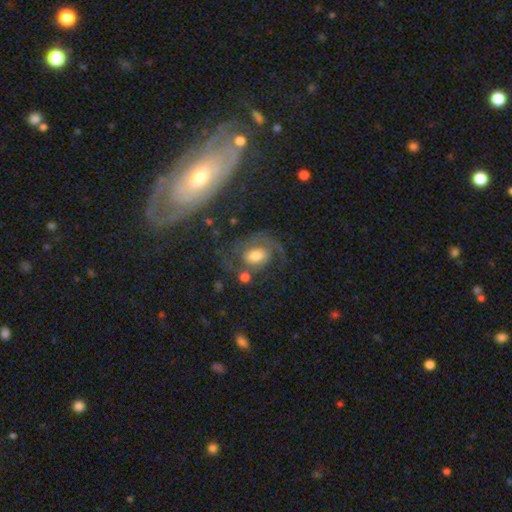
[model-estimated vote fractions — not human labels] Smooth or featured? Predicted: featured or disk (p=0.66). Edge-on disk? Predicted: no (p=0.97). Bar? Predicted: no (p=0.64). Spiral arms? Predicted: yes (p=0.86). Spiral winding? Predicted: medium (p=0.45). Spiral arm count? Predicted: 2 (p=0.60). Bulge size? Predicted: moderate (p=0.55). Merging? Predicted: none (p=0.55).